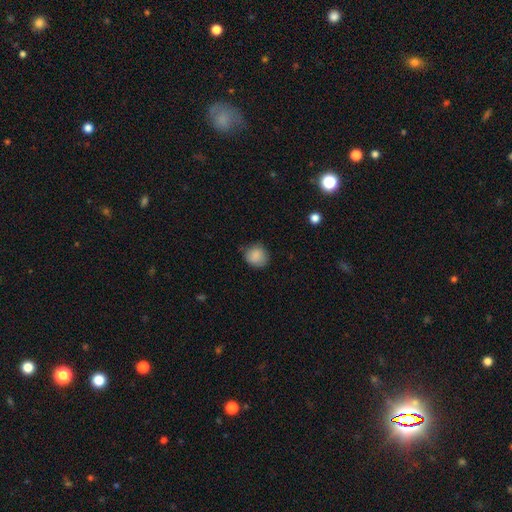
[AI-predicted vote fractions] smooth 87%, star or artifact 8%, featured or disk 5%. Down the decision tree: how rounded — round (79%); merging — none (74%).